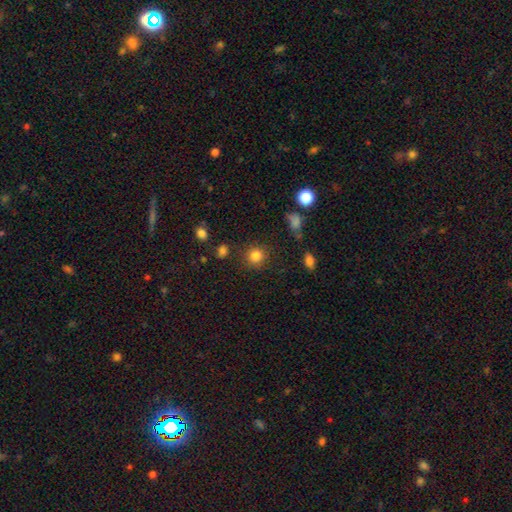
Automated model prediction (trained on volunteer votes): smooth-or-featured: smooth: 83% | star or artifact: 12% | featured or disk: 5%
  how-rounded: round: 89% | in between: 10% | cigar-shaped: 1%
  merging: none: 85% | minor disturbance: 9% | major disturbance: 4% | merger: 3%